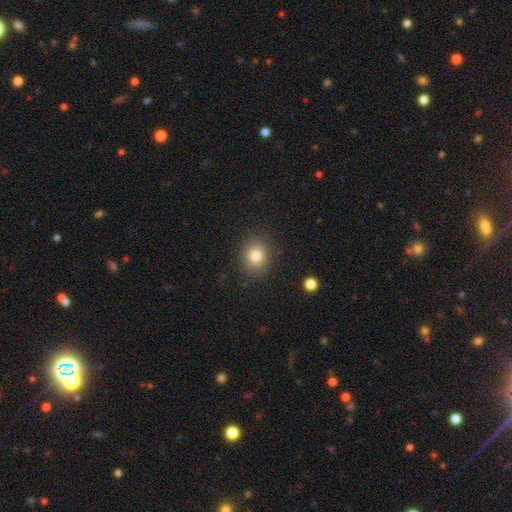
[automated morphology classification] smooth 81%, star or artifact 12%, featured or disk 8%. Down the decision tree: how rounded — round (73%); merging — none (88%).